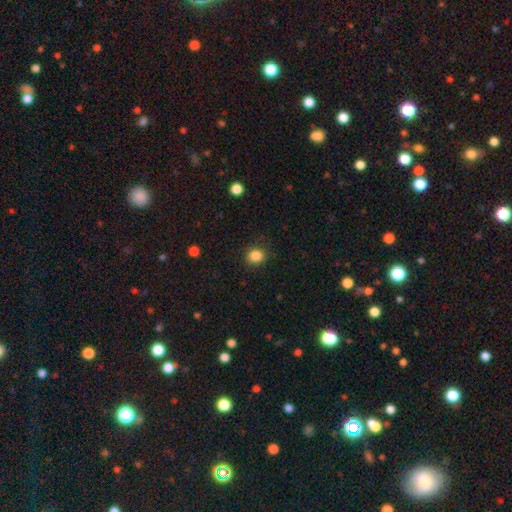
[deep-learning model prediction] smooth_or_featured: smooth (p=0.85) [alt: star or artifact p=0.10]
how_rounded: round (p=0.78) [alt: in between p=0.21]
merging: none (p=0.85) [alt: minor disturbance p=0.11]